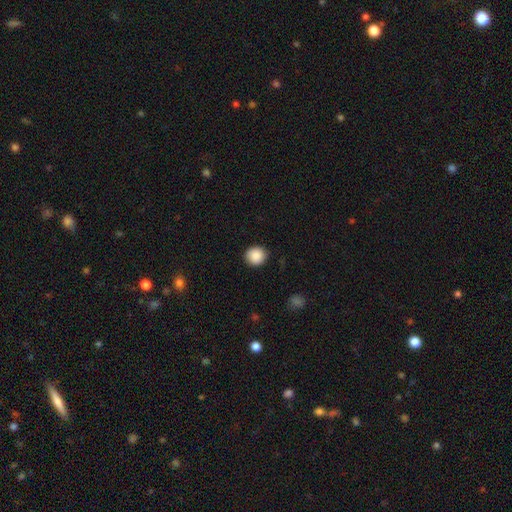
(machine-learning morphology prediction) Smooth or featured? Predicted: smooth (p=0.89). How rounded? Predicted: round (p=0.86). Merging? Predicted: none (p=0.88).